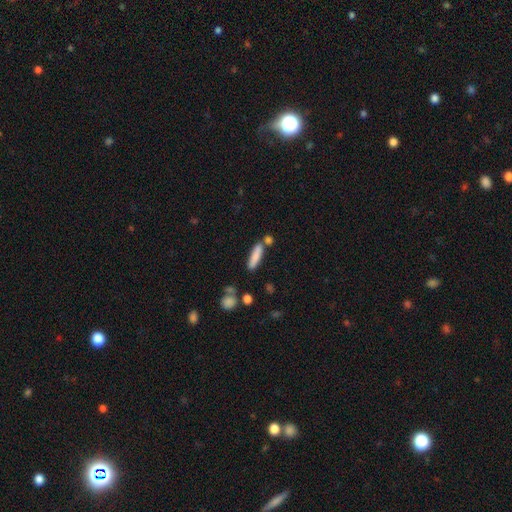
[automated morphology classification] A smooth galaxy with no disk features (82%) that is cigar-shaped (75%). Merging: none (71%).